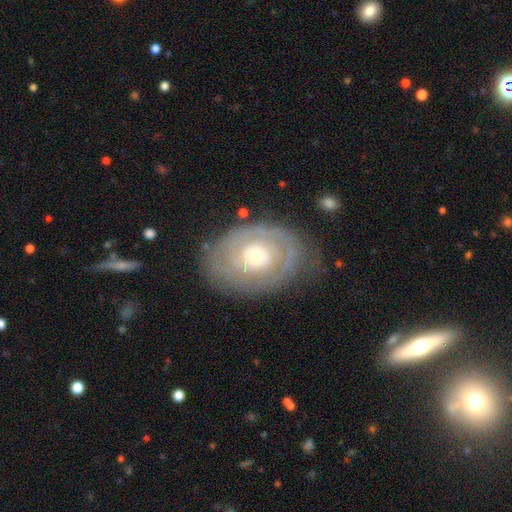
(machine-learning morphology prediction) This appears to be a featured or disk galaxy (70%) with no bar (85%), spiral arms (66%) and a small central bulge (44%). Merging: none (71%).